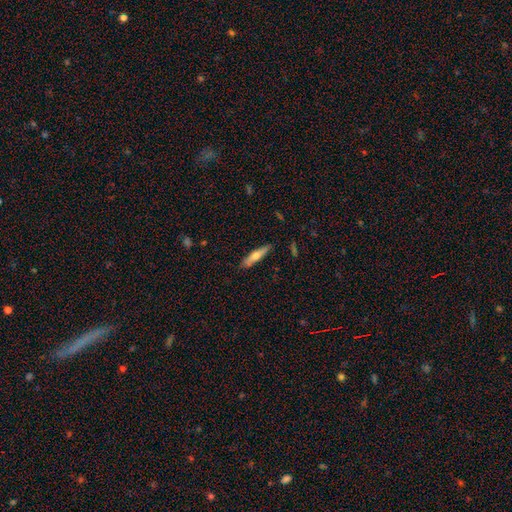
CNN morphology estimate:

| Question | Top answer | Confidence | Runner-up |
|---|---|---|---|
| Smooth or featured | smooth | 56% | featured or disk (38%) |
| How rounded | cigar-shaped | 83% | in between (15%) |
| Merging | none | 87% | minor disturbance (10%) |